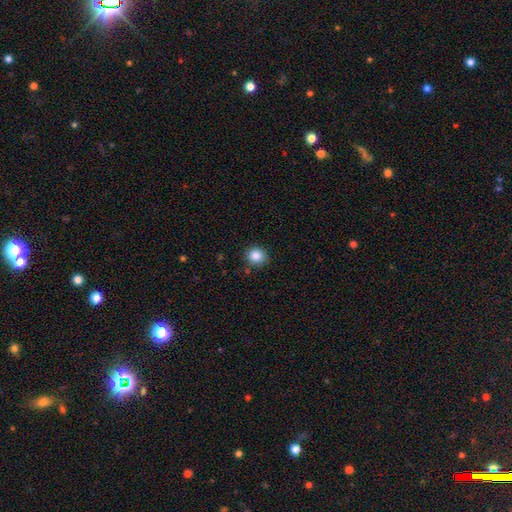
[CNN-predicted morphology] Smooth or featured? Predicted: smooth (p=0.86). How rounded? Predicted: round (p=0.86). Merging? Predicted: none (p=0.85).